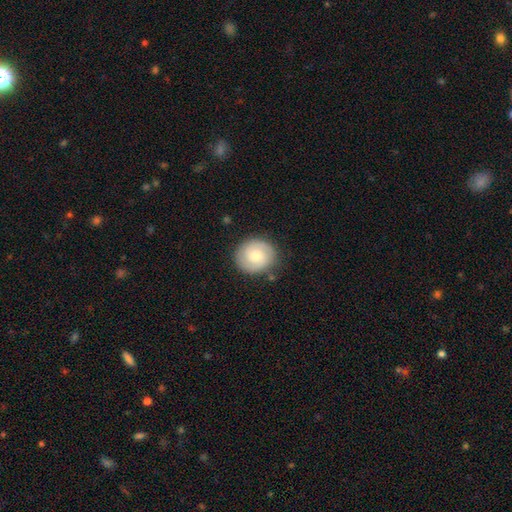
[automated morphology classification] type=featured or disk (49%); merging=none (84%).